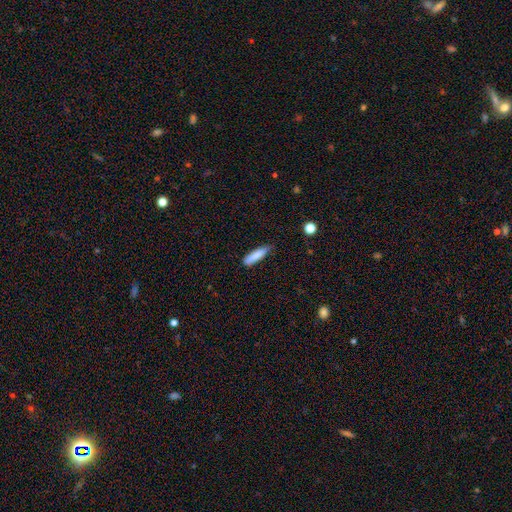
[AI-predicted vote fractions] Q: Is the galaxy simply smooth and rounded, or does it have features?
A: smooth — 85%.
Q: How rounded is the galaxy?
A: cigar-shaped — 70%.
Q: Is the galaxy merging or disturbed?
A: none — 71%.